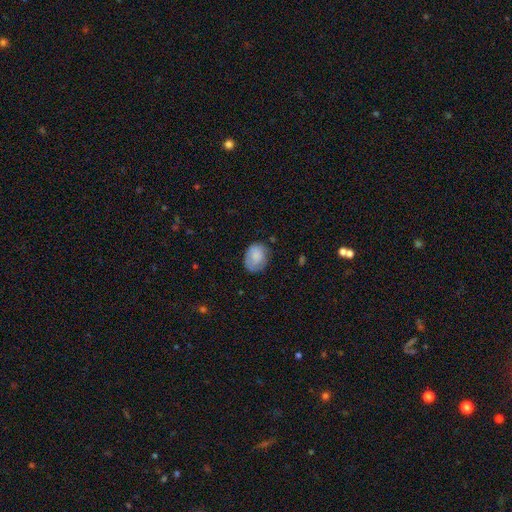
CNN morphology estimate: Overall: smooth (80%). How rounded: in between (61%; round 38%). Merging: none (64%; minor disturbance 27%).